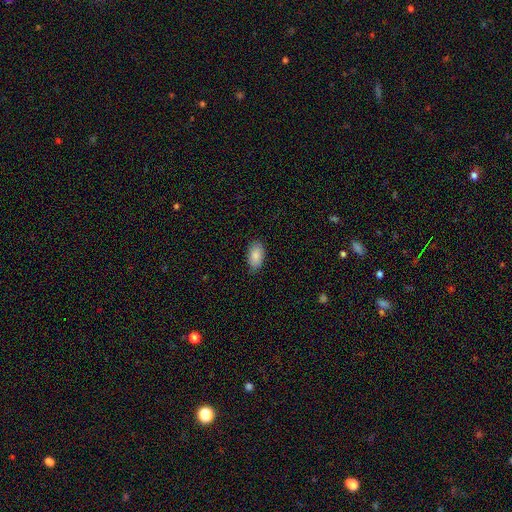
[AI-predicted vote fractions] smooth 86%, star or artifact 7%, featured or disk 7%. Down the decision tree: how rounded — in between (94%); merging — none (82%).